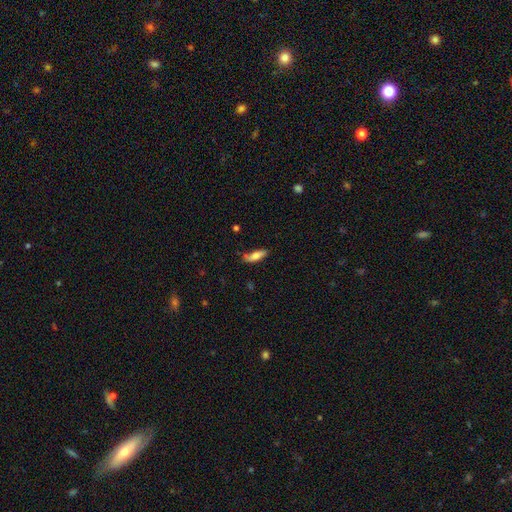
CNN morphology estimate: smooth 74%, featured or disk 20%, star or artifact 6%. Down the decision tree: how rounded — in between (58%); merging — none (68%).